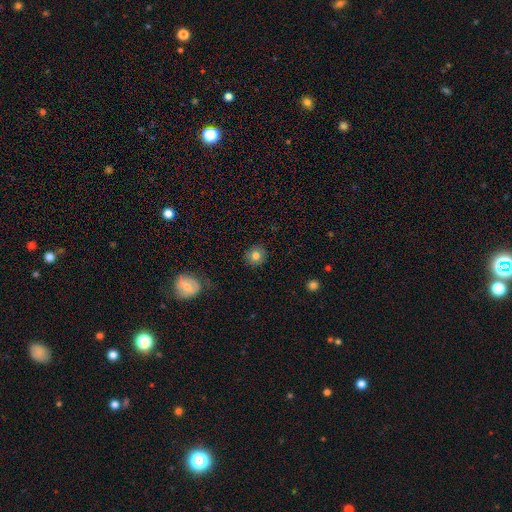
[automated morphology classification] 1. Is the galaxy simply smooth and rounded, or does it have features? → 81% smooth, 11% star or artifact, 8% featured or disk.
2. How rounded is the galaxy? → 91% round, 8% in between, 1% cigar-shaped.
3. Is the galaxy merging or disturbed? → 88% none, 8% minor disturbance, 2% major disturbance, 1% merger.